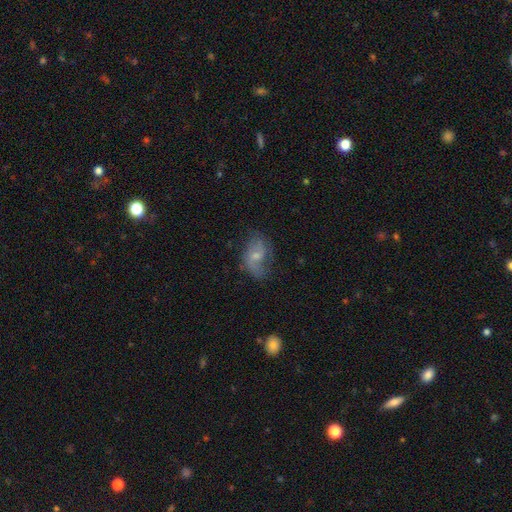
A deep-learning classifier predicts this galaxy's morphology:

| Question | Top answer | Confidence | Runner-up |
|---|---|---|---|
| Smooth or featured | featured or disk | 65% | smooth (27%) |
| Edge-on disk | no | 96% | yes (4%) |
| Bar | no | 48% | weak (43%) |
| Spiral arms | yes | 86% | no (14%) |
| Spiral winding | loose | 49% | medium (38%) |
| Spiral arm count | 2 | 79% | can't tell (11%) |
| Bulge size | small | 52% | moderate (38%) |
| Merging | none | 59% | minor disturbance (25%) |